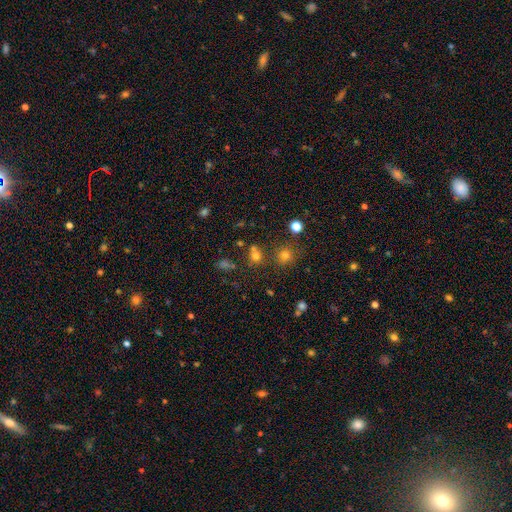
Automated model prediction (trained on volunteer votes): Smooth or featured? smooth (69%)
How rounded? round (80%)
Merging? none (60%)